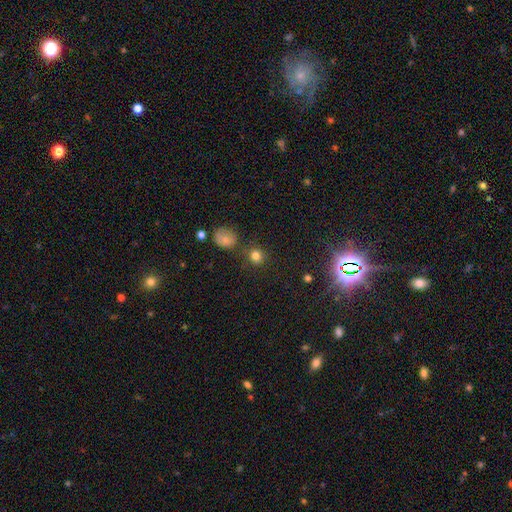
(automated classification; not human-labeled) A smooth galaxy with no disk features (79%) that is round (85%).

Vote fractions:
- Smooth or featured? smooth: 79% / star or artifact: 15% / featured or disk: 6%
- How rounded? round: 85% / in between: 14% / cigar-shaped: 1%
- Merging? none: 81% / minor disturbance: 10% / merger: 6% / major disturbance: 4%